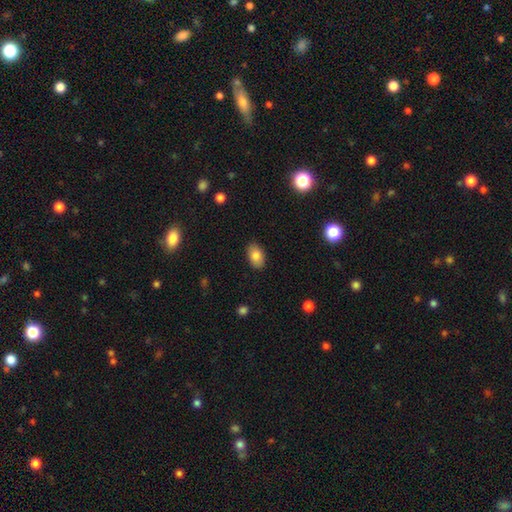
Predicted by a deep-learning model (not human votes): Smooth or featured?
  - smooth: 83% *
  - featured or disk: 9%
  - star or artifact: 8%
How rounded?
  - in between: 91% *
  - round: 7%
  - cigar-shaped: 2%
Merging?
  - none: 87% *
  - minor disturbance: 9%
  - major disturbance: 2%
  - merger: 1%